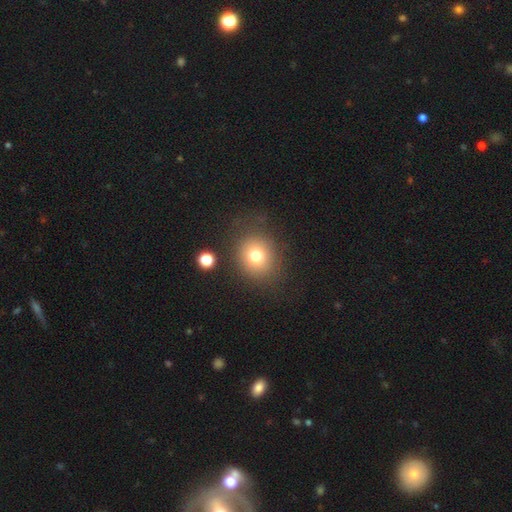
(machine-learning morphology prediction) Smooth or featured? Predicted: smooth (p=0.76). How rounded? Predicted: round (p=0.72). Merging? Predicted: none (p=0.77).